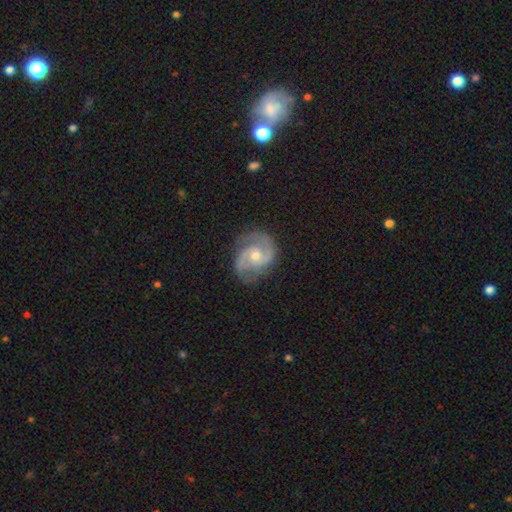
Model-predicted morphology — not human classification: A featured or disk galaxy (89%) with no bar (57%), 2 (88%) medium (56%) spiral arms (98%) and a moderate central bulge (61%). Merging: none (79%).